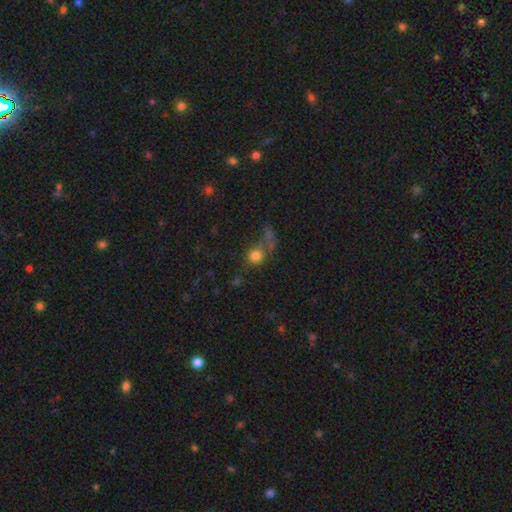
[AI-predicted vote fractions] This appears to be a smooth galaxy with no disk features (74%) that is round (84%). Merging: none (40%).